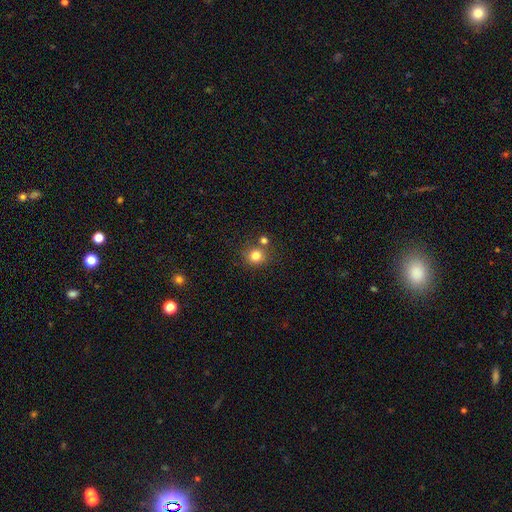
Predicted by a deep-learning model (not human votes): smooth-or-featured: smooth: 80% | star or artifact: 14% | featured or disk: 7%
  how-rounded: round: 88% | in between: 11% | cigar-shaped: 1%
  merging: none: 74% | merger: 14% | minor disturbance: 9% | major disturbance: 3%